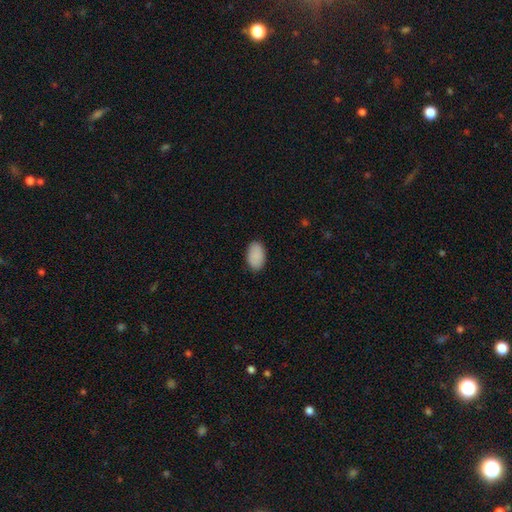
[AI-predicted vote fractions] A smooth galaxy with no disk features (90%) that is in between round and cigar-shaped (94%).

Vote fractions:
- Smooth or featured? smooth: 90% / star or artifact: 7% / featured or disk: 3%
- How rounded? in between: 94% / round: 5% / cigar-shaped: 1%
- Merging? none: 88% / minor disturbance: 9% / major disturbance: 2% / merger: 1%